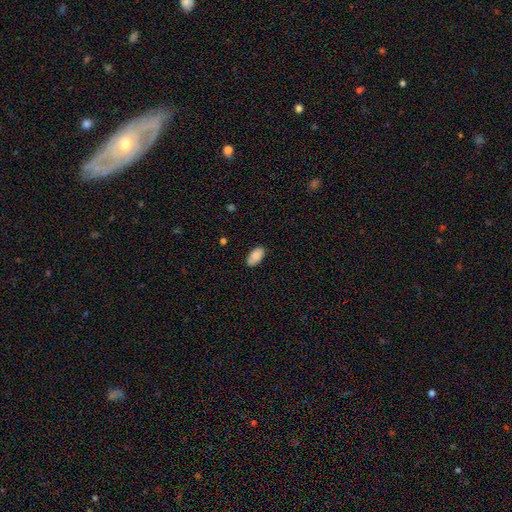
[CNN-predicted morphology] smooth-or-featured: smooth: 89% | star or artifact: 6% | featured or disk: 5%
  how-rounded: in between: 95% | cigar-shaped: 3% | round: 3%
  merging: none: 85% | minor disturbance: 11% | major disturbance: 2% | merger: 1%